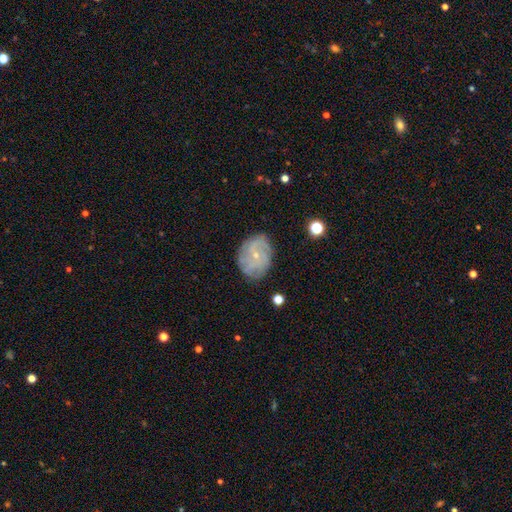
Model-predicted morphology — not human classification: This appears to be a featured or disk galaxy (67%) with no bar (74%), tight (49%) spiral arms (85%) and a small central bulge (82%). Merging: none (77%).